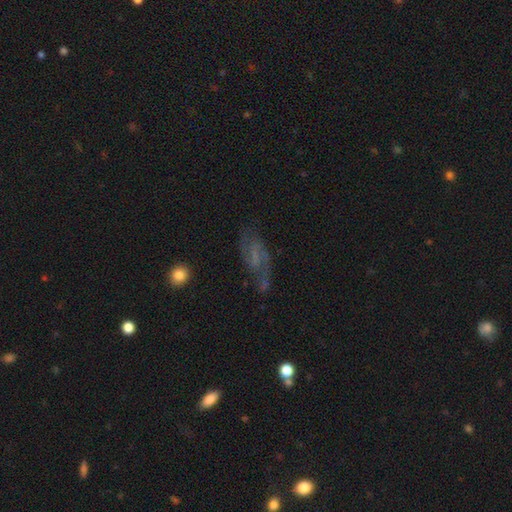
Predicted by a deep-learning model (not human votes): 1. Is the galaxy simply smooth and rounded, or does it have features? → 69% featured or disk, 19% smooth, 12% star or artifact.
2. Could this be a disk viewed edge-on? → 94% no, 6% yes.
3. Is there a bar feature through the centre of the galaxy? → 47% weak, 35% no, 18% strong.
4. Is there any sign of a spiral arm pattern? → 86% yes, 14% no.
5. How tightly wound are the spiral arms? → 44% medium, 38% loose, 18% tight.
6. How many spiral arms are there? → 77% 2, 12% can't tell, 5% 1, 3% 3, 2% 4, 1% more than 4.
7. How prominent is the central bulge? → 56% none, 27% small, 13% moderate, 3% large, 1% dominant.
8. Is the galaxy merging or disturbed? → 58% none, 21% minor disturbance, 17% major disturbance, 4% merger.